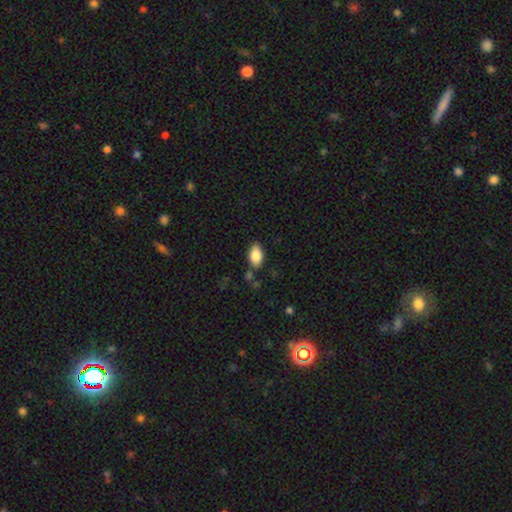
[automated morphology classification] smooth 85%, featured or disk 7%, star or artifact 7%. Down the decision tree: how rounded — in between (91%); merging — none (79%).